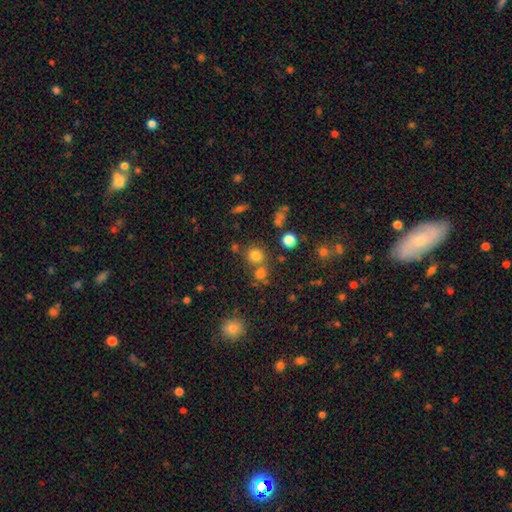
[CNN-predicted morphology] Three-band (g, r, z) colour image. It shows a smooth galaxy with no disk features (75%) that is round (87%). Merging: none (65%).